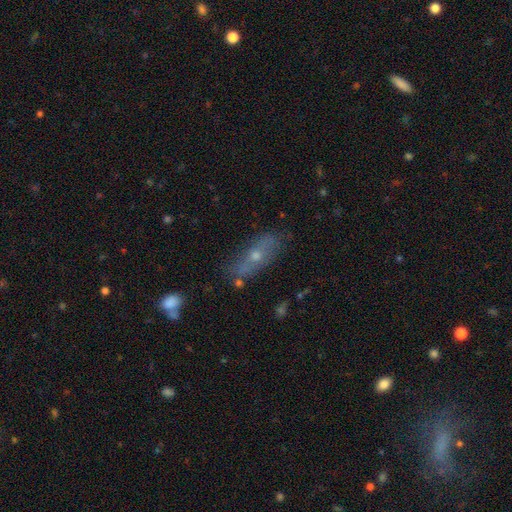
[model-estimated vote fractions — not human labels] This is possibly a featured or disk galaxy (45%). Merging: likely none (69%).